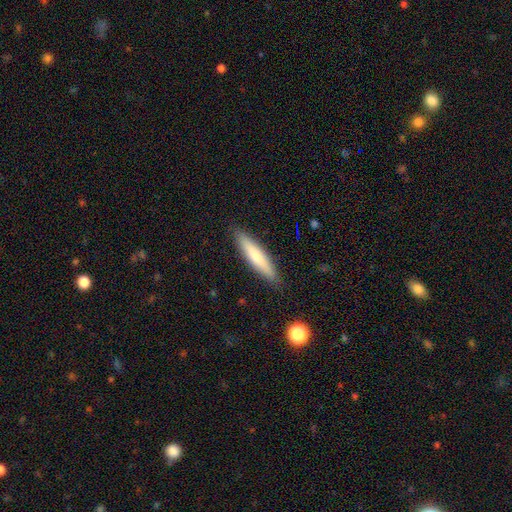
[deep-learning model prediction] Overall: smooth (64%; featured or disk 28%). How rounded: cigar-shaped (86%). Merging: none (90%).